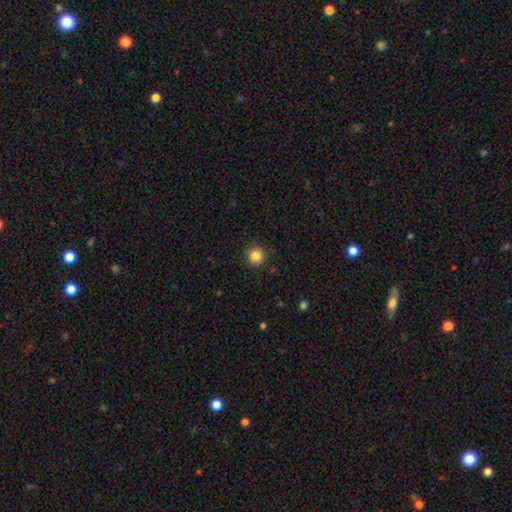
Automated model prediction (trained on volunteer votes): This appears to be a smooth galaxy with no disk features (85%) that is round (95%). Merging: none (90%).